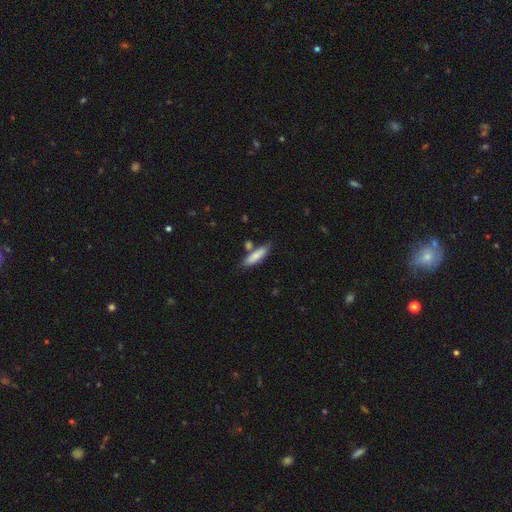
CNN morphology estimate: Smooth or featured? Predicted: smooth (p=0.79). How rounded? Predicted: cigar-shaped (p=0.56). Merging? Predicted: none (p=0.68).